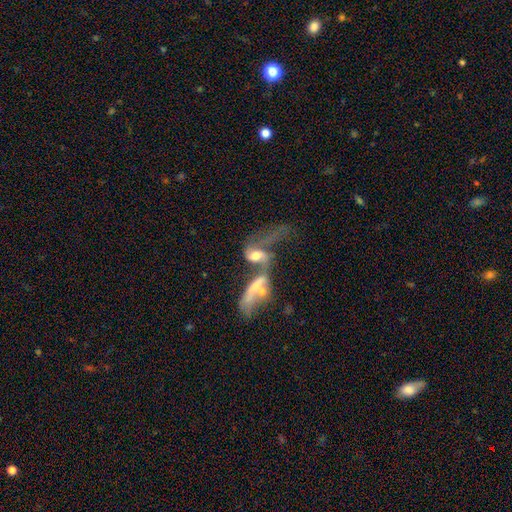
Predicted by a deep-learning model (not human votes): Smooth or featured?
  - featured or disk: 60% *
  - smooth: 29%
  - star or artifact: 10%
Edge-on disk?
  - no: 89% *
  - yes: 11%
Bar?
  - no: 62% *
  - weak: 27%
  - strong: 12%
Spiral arms?
  - yes: 61% *
  - no: 39%
Bulge size?
  - moderate: 49% *
  - large: 19%
  - small: 17%
  - none: 12%
  - dominant: 3%
Merging?
  - merger: 69% *
  - major disturbance: 17%
  - none: 9%
  - minor disturbance: 5%